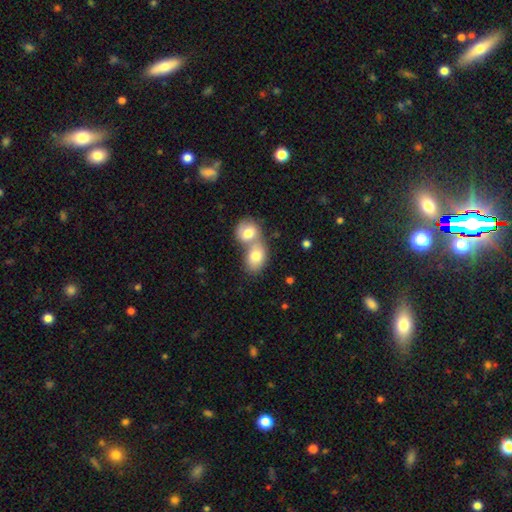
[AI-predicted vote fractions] Overall: smooth (77%). How rounded: in between (69%; round 30%). Merging: merger (70%).